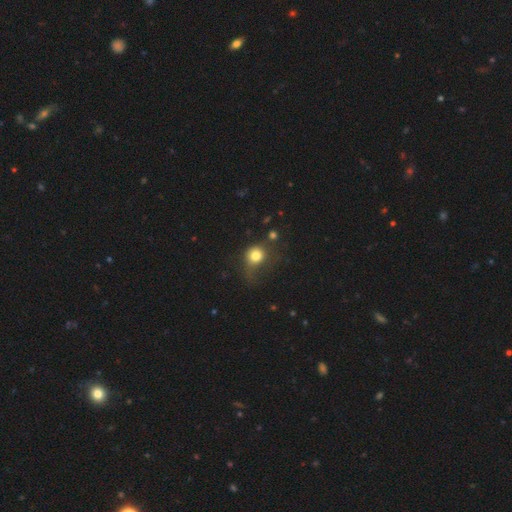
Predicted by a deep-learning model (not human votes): Q: Smooth or featured?
A: smooth (77%); runner-up: star or artifact (12%)
Q: How rounded?
A: round (79%); runner-up: in between (20%)
Q: Merging?
A: none (39%); runner-up: minor disturbance (28%)